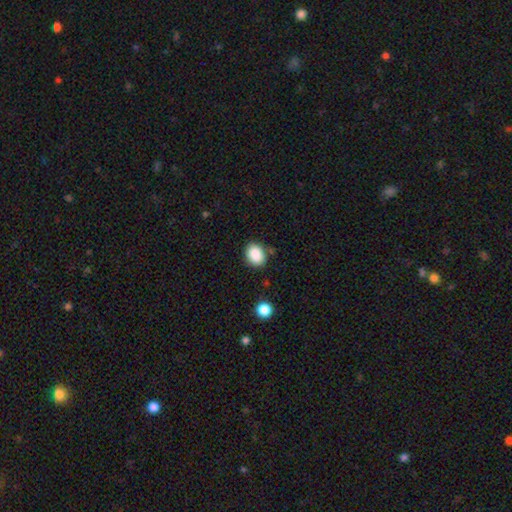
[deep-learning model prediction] A smooth galaxy with no disk features (88%) that is in between round and cigar-shaped (56%).

Vote fractions:
- Smooth or featured? smooth: 88% / star or artifact: 9% / featured or disk: 4%
- How rounded? in between: 56% / round: 43% / cigar-shaped: 1%
- Merging? none: 79% / minor disturbance: 14% / merger: 4% / major disturbance: 3%